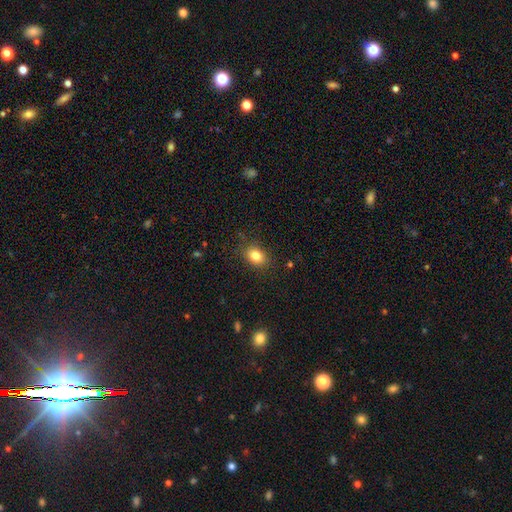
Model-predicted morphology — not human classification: smooth 82%, star or artifact 11%, featured or disk 7%. Down the decision tree: how rounded — in between (64%); merging — none (84%).